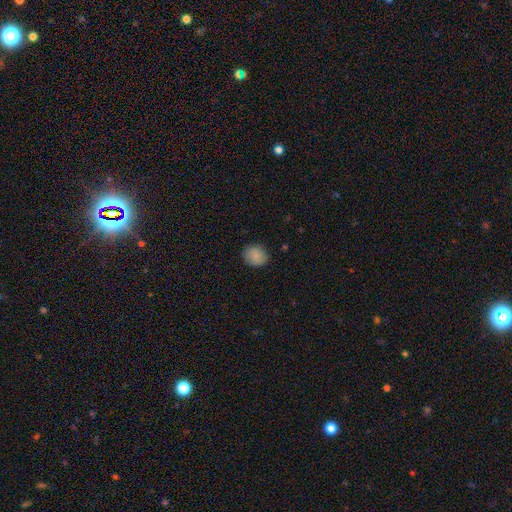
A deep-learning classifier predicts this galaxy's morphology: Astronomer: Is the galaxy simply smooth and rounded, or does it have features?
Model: smooth — 86%.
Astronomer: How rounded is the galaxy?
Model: round — 74%.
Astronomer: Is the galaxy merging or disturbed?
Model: none — 85%.